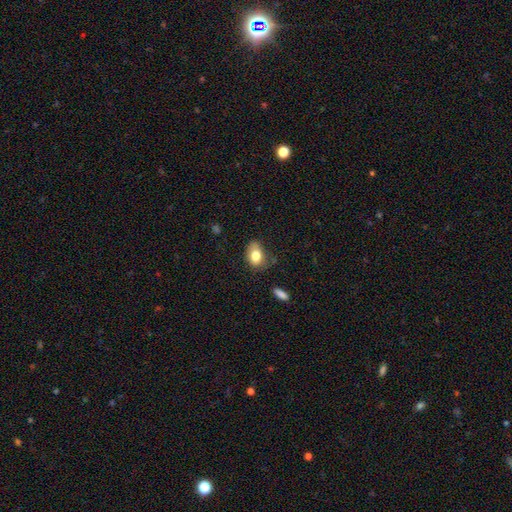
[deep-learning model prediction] smooth_or_featured: smooth (p=0.78) [alt: featured or disk p=0.13]
how_rounded: in between (p=0.77) [alt: round p=0.22]
merging: none (p=0.54) [alt: minor disturbance p=0.33]